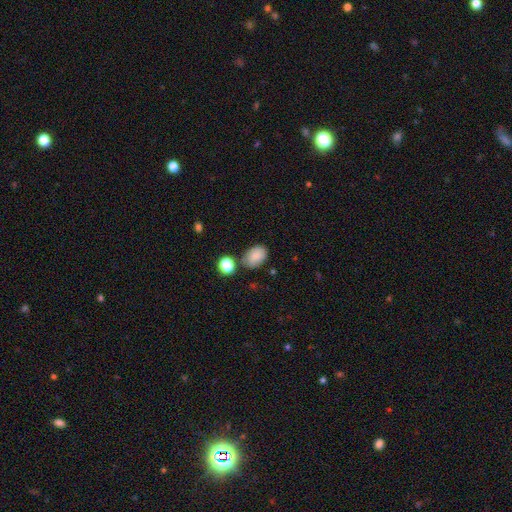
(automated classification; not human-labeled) Smooth or featured? smooth (83%)
How rounded? in between (83%)
Merging? none (70%)